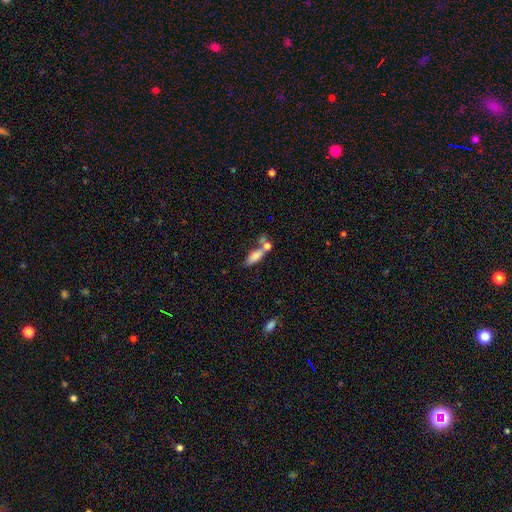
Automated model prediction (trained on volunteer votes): smooth-or-featured: smooth: 76% | featured or disk: 16% | star or artifact: 8%
  how-rounded: in between: 66% | cigar-shaped: 31% | round: 3%
  merging: merger: 42% | none: 38% | minor disturbance: 13% | major disturbance: 7%